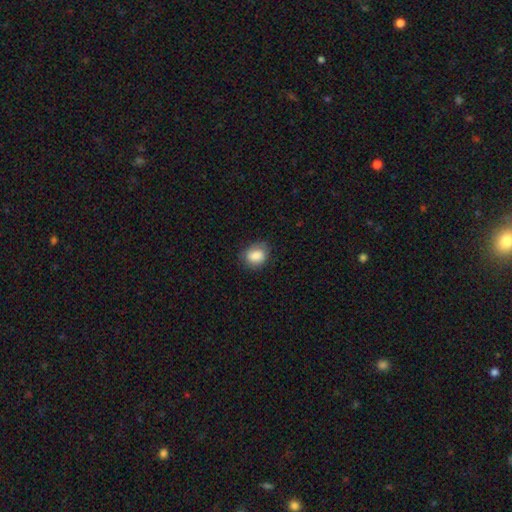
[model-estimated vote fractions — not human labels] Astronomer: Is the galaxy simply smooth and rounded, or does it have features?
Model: smooth — 85%.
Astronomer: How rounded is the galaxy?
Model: in between — 57% (runner-up: round, 42%).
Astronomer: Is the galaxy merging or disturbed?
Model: none — 74%.